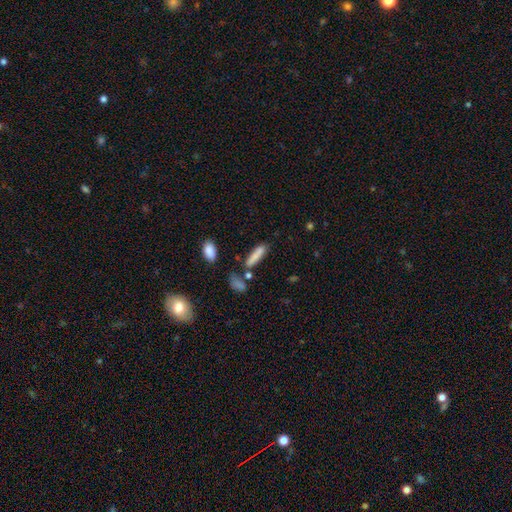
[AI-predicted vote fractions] A smooth galaxy with no disk features (80%) that is cigar-shaped (73%). Merging: none (68%).